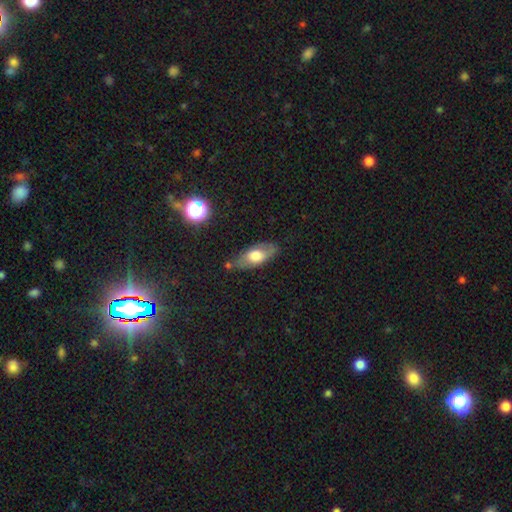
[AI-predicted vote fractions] Smooth or featured?
  - smooth: 56% *
  - featured or disk: 37%
  - star or artifact: 8%
How rounded?
  - in between: 81% *
  - cigar-shaped: 14%
  - round: 5%
Merging?
  - none: 73% *
  - minor disturbance: 19%
  - major disturbance: 5%
  - merger: 3%